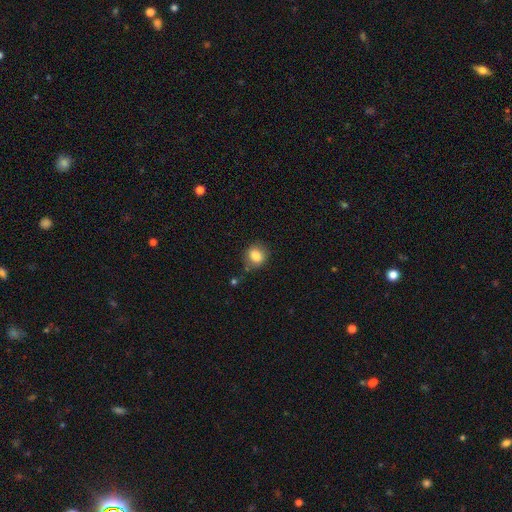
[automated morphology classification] A smooth galaxy with no disk features (83%) that is round (68%). Merging: none (74%).